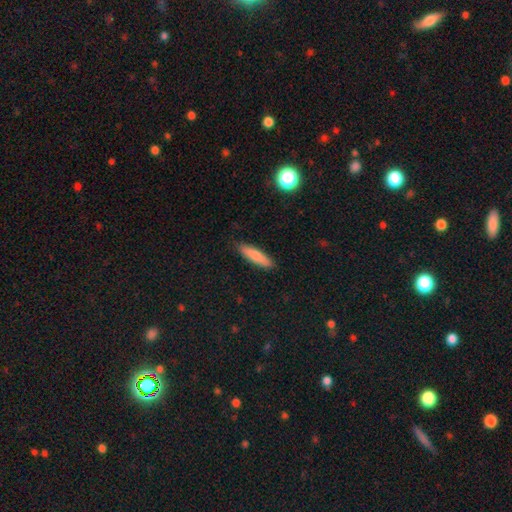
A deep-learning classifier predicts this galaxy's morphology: The model was most divided on "how rounded": cigar-shaped: 77%, in between: 22%, round: 1%. More confident: merging — none (89%); smooth or featured — smooth (83%).